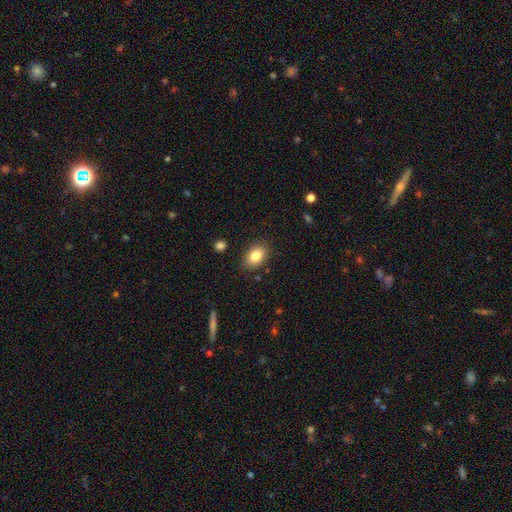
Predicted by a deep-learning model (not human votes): Smooth or featured: smooth — 84% (featured or disk — 8%)
How rounded: in between — 84% (round — 15%)
Merging: none — 85% (minor disturbance — 11%)